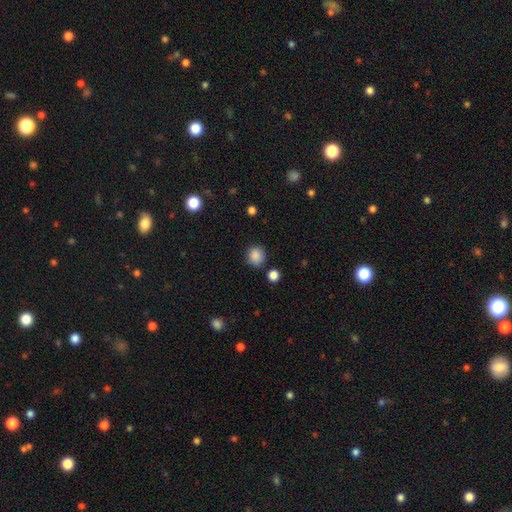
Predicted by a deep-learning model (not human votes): The model was most divided on "how rounded": round: 85%, in between: 14%, cigar-shaped: 1%. More confident: smooth or featured — smooth (86%); merging — none (84%).